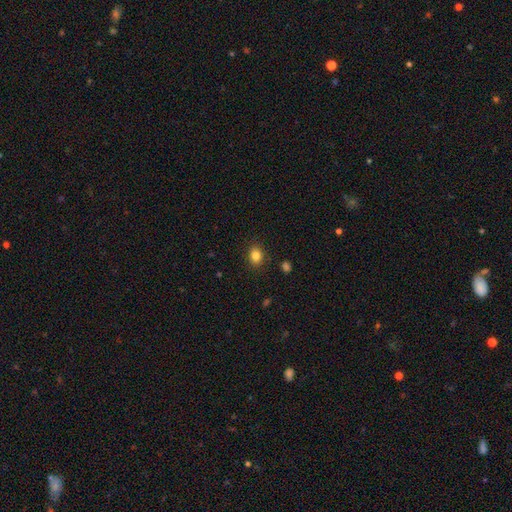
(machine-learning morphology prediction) This is clearly a smooth galaxy (84%). How rounded: possibly in between (56%). Merging: clearly none (87%).